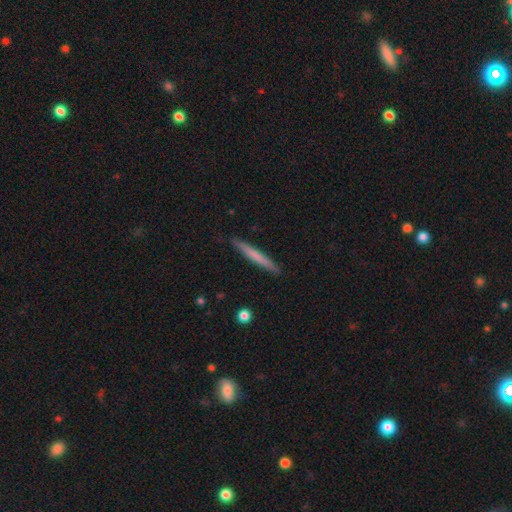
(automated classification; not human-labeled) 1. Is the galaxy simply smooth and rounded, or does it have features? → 65% smooth, 30% featured or disk, 5% star or artifact.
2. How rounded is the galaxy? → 97% cigar-shaped, 2% in between, 1% round.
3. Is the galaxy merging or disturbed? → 90% none, 7% minor disturbance, 1% major disturbance, 1% merger.